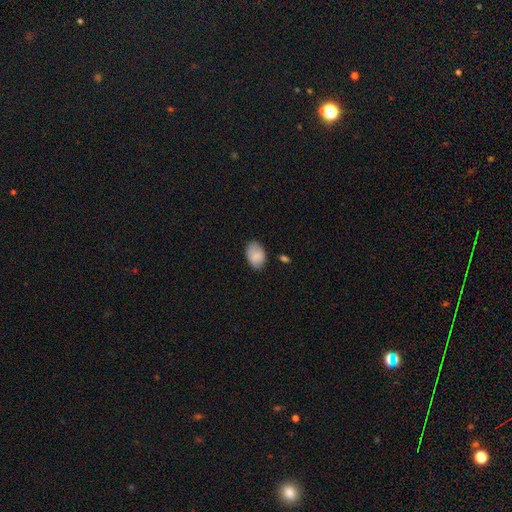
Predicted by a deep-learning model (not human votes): smooth_or_featured: smooth (p=0.83) [alt: featured or disk p=0.10]
how_rounded: in between (p=0.88) [alt: round p=0.11]
merging: none (p=0.77) [alt: minor disturbance p=0.18]